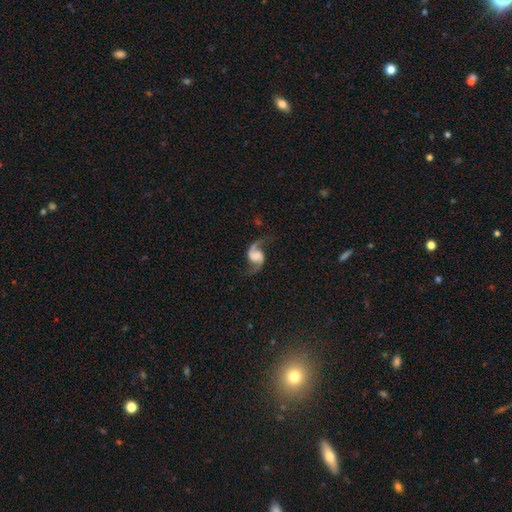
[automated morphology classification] featured or disk 90%, smooth 5%, star or artifact 5%. Down the decision tree: edge-on disk — no (98%); bar — no (43%); spiral arms — yes (98%); spiral arm count — 2 (94%); spiral winding — loose (68%); bulge size — none (42%); merging — none (78%).